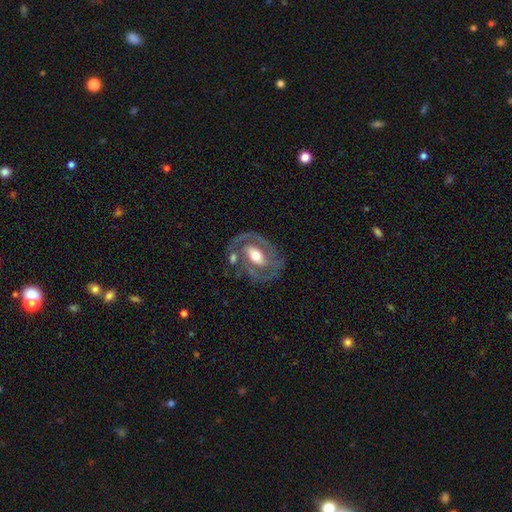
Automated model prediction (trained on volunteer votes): Morphology: type=featured or disk (81%); edge-on=no (95%); bar=weak (36%); spiral arms=yes (82%); winding=tight (48%); arm count=2 (75%); bulge=moderate (69%); merging=none (66%).